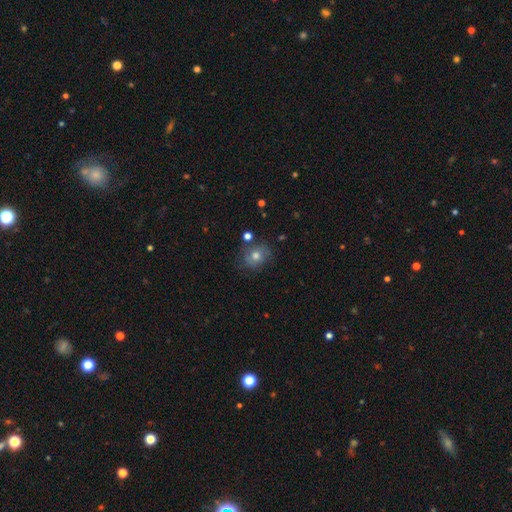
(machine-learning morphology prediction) Smooth or featured? smooth (66%)
How rounded? round (72%)
Merging? none (72%)